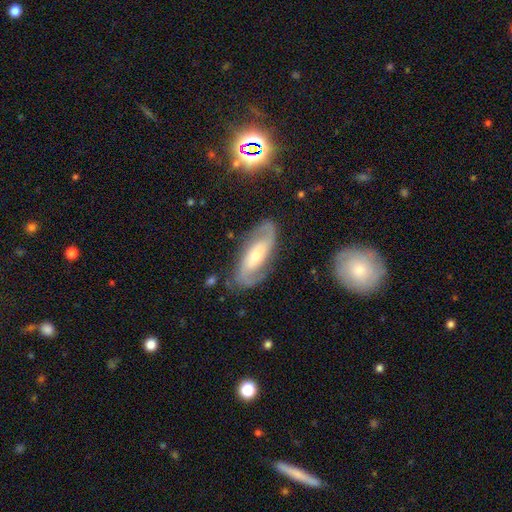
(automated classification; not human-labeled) Smooth or featured?
  - featured or disk: 81% *
  - smooth: 13%
  - star or artifact: 6%
Edge-on disk?
  - no: 93% *
  - yes: 7%
Bar?
  - no: 45% *
  - weak: 33%
  - strong: 21%
Spiral arms?
  - yes: 94% *
  - no: 6%
Spiral winding?
  - medium: 45% *
  - tight: 32%
  - loose: 23%
Spiral arm count?
  - 2: 87% *
  - can't tell: 7%
  - 1: 2%
  - 3: 2%
  - 4: 1%
  - more than 4: 1%
Bulge size?
  - small: 50% *
  - moderate: 42%
  - large: 4%
  - none: 2%
  - dominant: 1%
Merging?
  - none: 79% *
  - minor disturbance: 14%
  - major disturbance: 5%
  - merger: 2%